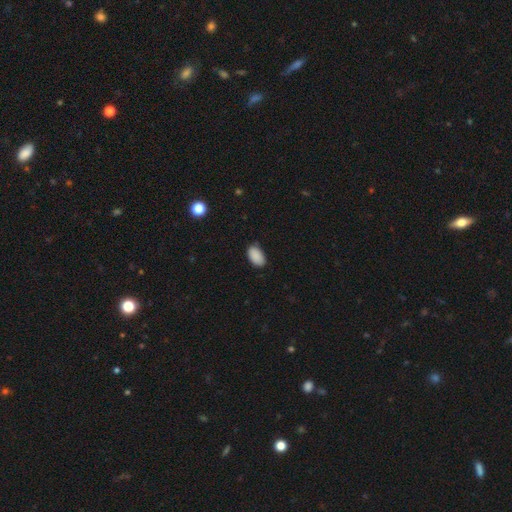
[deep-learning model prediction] The model was most divided on "merging": none: 80%, minor disturbance: 16%, major disturbance: 3%, merger: 1%. More confident: how rounded — in between (94%); smooth or featured — smooth (89%).